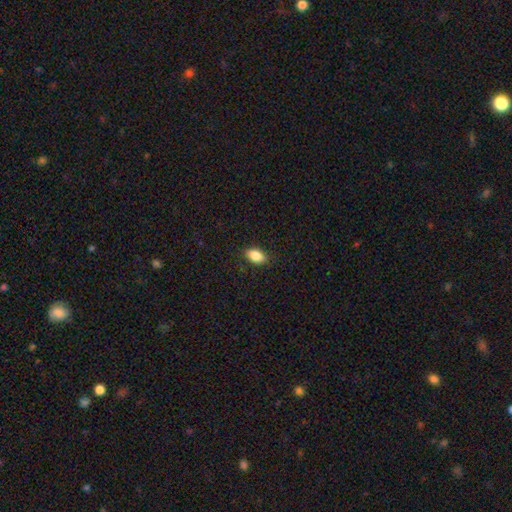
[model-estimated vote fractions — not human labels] smooth-or-featured: smooth: 85% | star or artifact: 8% | featured or disk: 7%
  how-rounded: in between: 88% | round: 9% | cigar-shaped: 3%
  merging: none: 86% | minor disturbance: 10% | major disturbance: 2% | merger: 1%